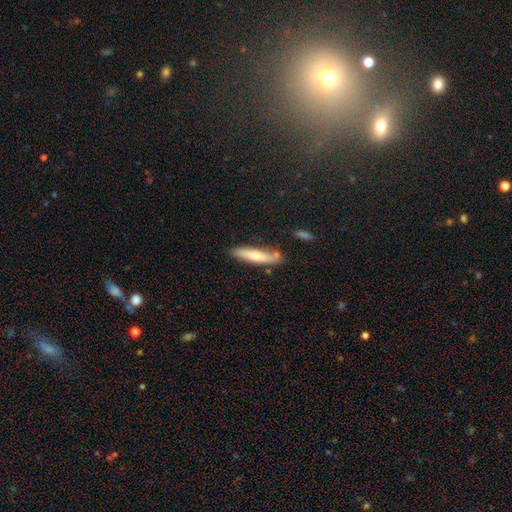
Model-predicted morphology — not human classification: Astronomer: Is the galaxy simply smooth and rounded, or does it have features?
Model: smooth — 66%.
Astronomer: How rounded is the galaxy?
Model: cigar-shaped — 85%.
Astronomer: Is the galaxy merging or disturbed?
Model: none — 76%.